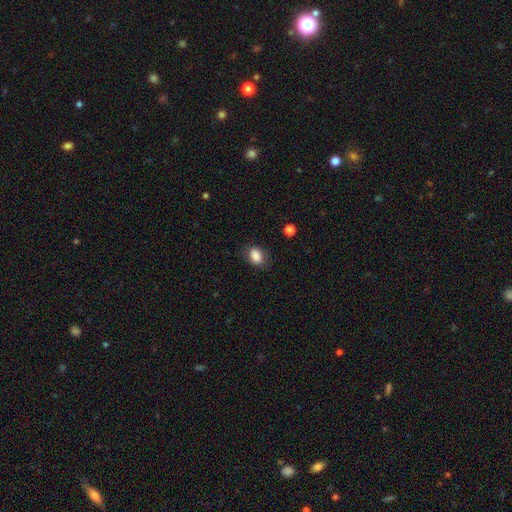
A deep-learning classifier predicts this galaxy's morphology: Smooth or featured?
  - smooth: 86% *
  - star or artifact: 9%
  - featured or disk: 6%
How rounded?
  - in between: 77% *
  - round: 22%
  - cigar-shaped: 1%
Merging?
  - none: 77% *
  - minor disturbance: 16%
  - major disturbance: 5%
  - merger: 1%